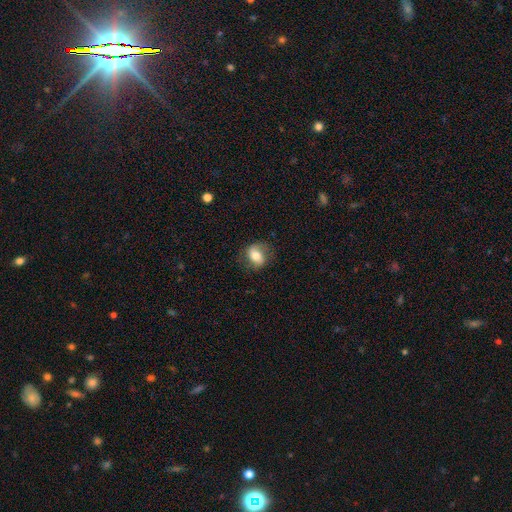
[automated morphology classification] This is possibly a smooth galaxy (50%). How rounded: possibly in between (55%). Merging: likely none (72%).